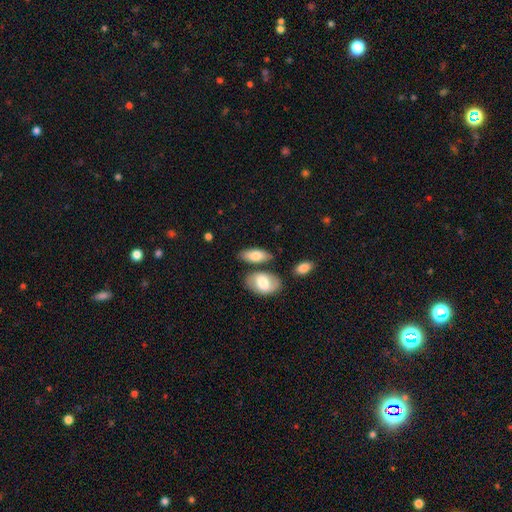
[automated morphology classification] Smooth or featured? Predicted: smooth (p=0.76). How rounded? Predicted: in between (p=0.87). Merging? Predicted: none (p=0.68).